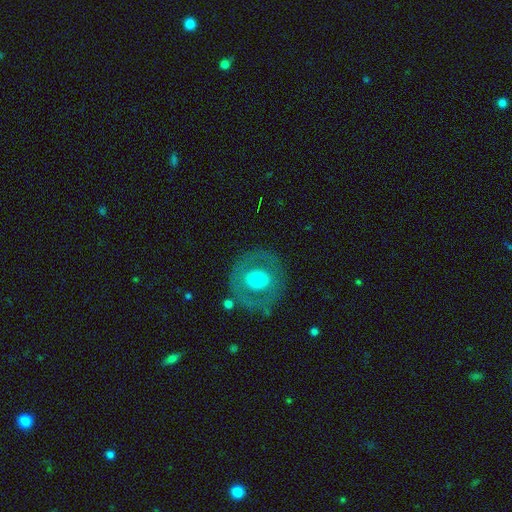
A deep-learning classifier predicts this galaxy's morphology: A featured or disk galaxy (56%) with no bar (67%), no spiral arms (62%) and a moderate central bulge (69%). Merging: none (80%).